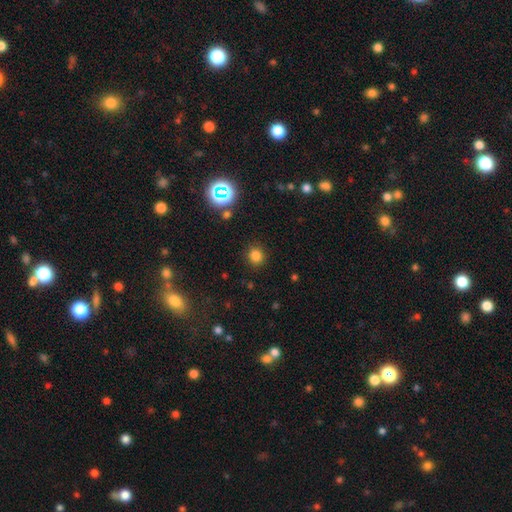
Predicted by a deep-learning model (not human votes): Smooth or featured?
  - smooth: 78% *
  - star or artifact: 17%
  - featured or disk: 5%
How rounded?
  - round: 85% *
  - in between: 14%
  - cigar-shaped: 1%
Merging?
  - none: 88% *
  - minor disturbance: 7%
  - major disturbance: 3%
  - merger: 2%